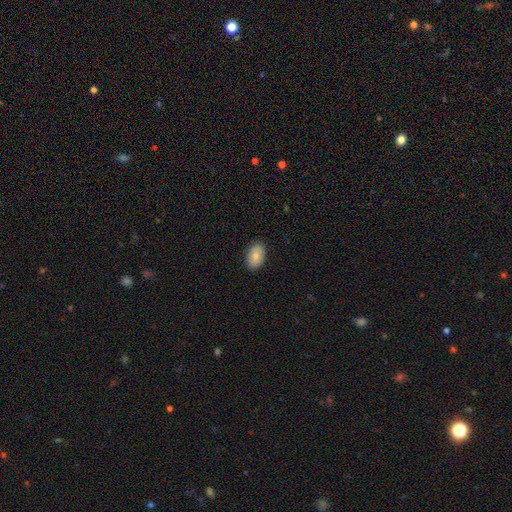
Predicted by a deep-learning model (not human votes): A smooth galaxy with no disk features (80%) that is in between round and cigar-shaped (90%). Merging: none (88%).